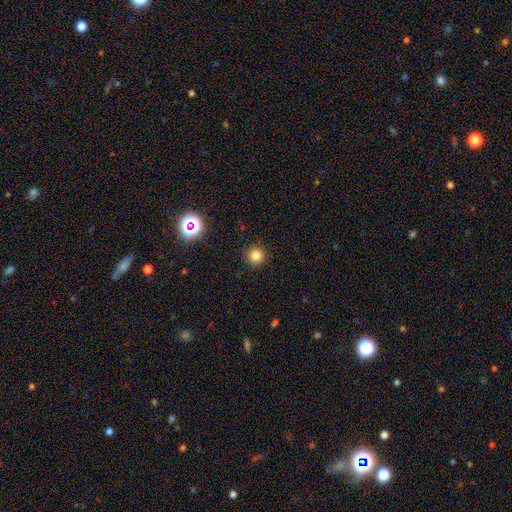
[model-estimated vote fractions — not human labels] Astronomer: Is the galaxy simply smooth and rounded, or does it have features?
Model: smooth — 81%.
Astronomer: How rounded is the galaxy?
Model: round — 95%.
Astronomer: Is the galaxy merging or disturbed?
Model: none — 92%.